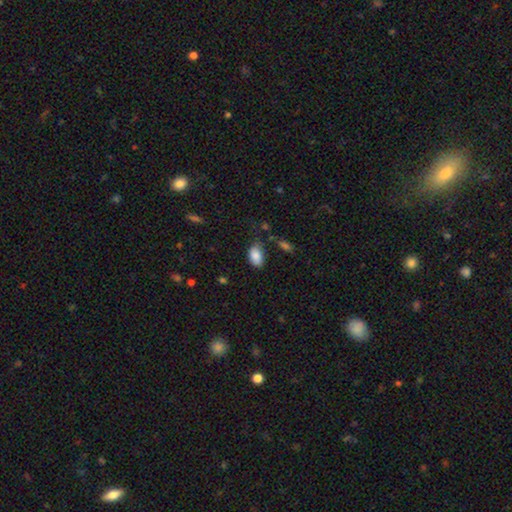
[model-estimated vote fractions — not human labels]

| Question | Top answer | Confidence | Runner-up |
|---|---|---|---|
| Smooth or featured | smooth | 87% | star or artifact (8%) |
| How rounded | in between | 91% | round (7%) |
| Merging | none | 62% | minor disturbance (28%) |